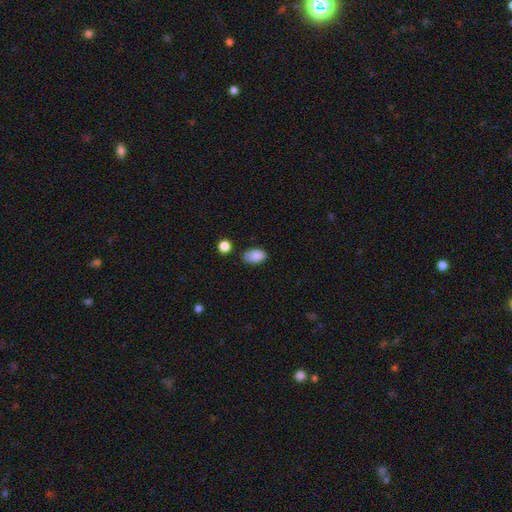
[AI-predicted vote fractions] A smooth galaxy with no disk features (88%) that is in between round and cigar-shaped (92%). Merging: none (73%).